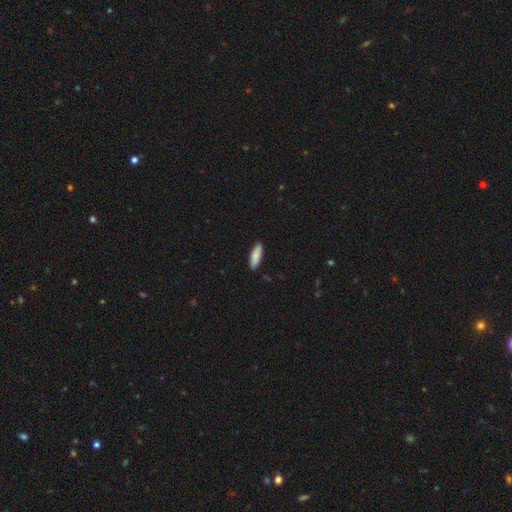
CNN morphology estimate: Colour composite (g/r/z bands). It shows a smooth galaxy with no disk features (86%) that is in between round and cigar-shaped (58%). Merging: none (88%).